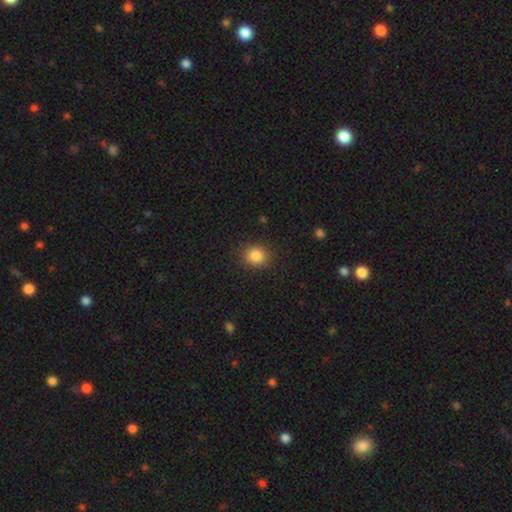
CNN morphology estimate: smooth 85%, star or artifact 11%, featured or disk 4%. Down the decision tree: how rounded — round (79%); merging — none (88%).